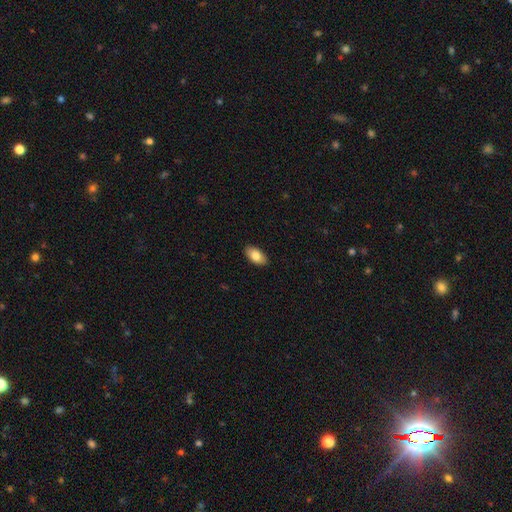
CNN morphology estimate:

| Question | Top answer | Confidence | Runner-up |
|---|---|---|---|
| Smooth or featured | smooth | 82% | featured or disk (11%) |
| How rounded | in between | 94% | round (3%) |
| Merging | none | 89% | minor disturbance (9%) |